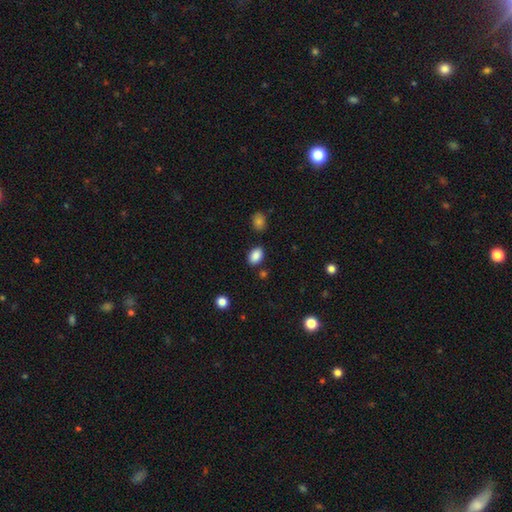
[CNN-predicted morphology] This is clearly a smooth galaxy (87%). How rounded: clearly in between (83%). Merging: clearly none (82%).